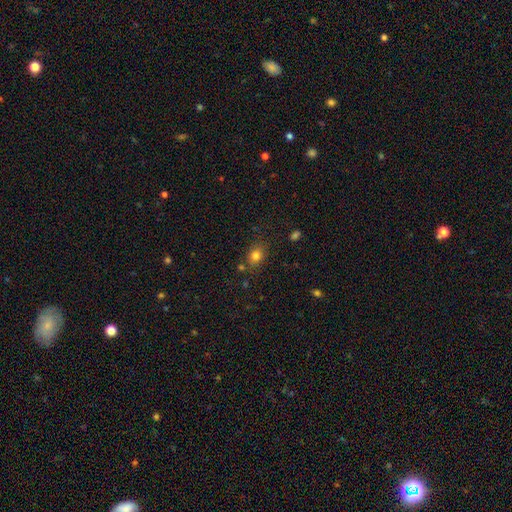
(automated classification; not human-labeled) This appears to be a smooth galaxy with no disk features (80%) that is round (52%). Merging: none (78%).